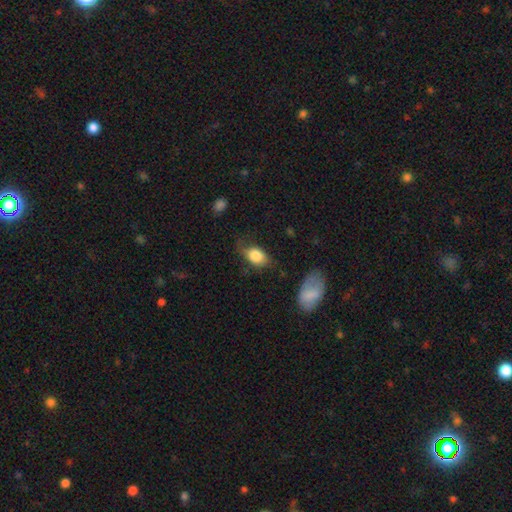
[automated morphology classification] This appears to be a smooth galaxy with no disk features (81%) that is in between round and cigar-shaped (84%). Merging: none (54%).